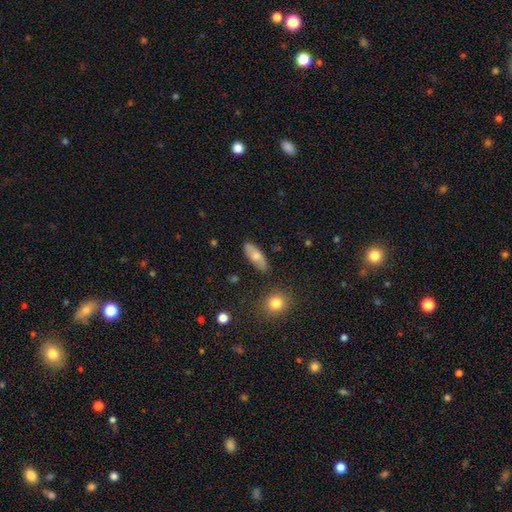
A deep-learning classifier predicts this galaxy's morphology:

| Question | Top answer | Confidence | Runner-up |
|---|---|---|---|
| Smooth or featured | smooth | 67% | featured or disk (26%) |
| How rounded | in between | 75% | cigar-shaped (22%) |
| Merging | none | 83% | minor disturbance (12%) |